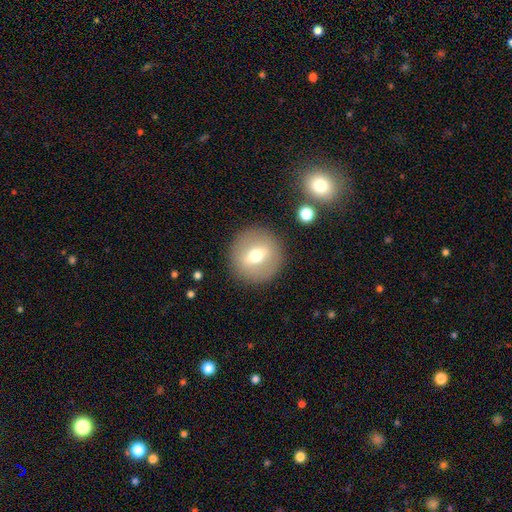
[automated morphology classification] type=smooth (53%); roundness=round (92%); merging=none (88%).